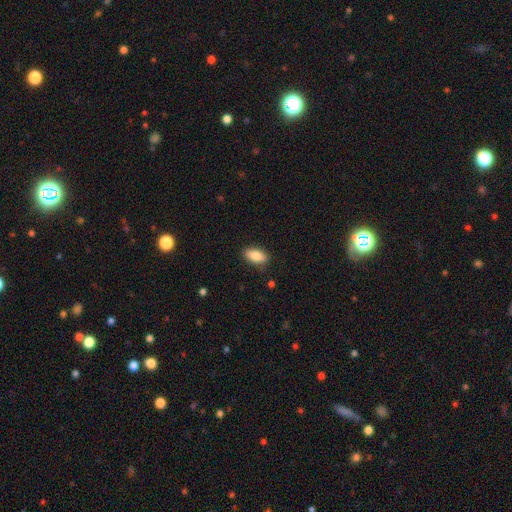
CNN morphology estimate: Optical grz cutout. It shows a smooth galaxy with no disk features (85%) that is in between round and cigar-shaped (89%). Merging: none (86%).